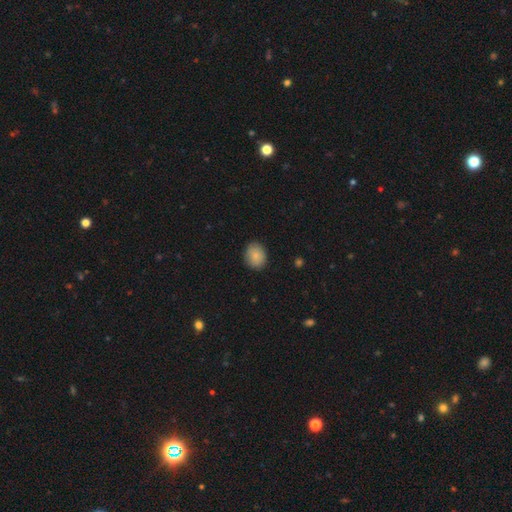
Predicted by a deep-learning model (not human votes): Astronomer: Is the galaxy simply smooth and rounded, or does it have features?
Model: smooth — 86%.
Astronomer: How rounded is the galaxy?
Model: round — 52% (runner-up: in between, 48%).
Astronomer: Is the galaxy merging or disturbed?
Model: none — 86%.